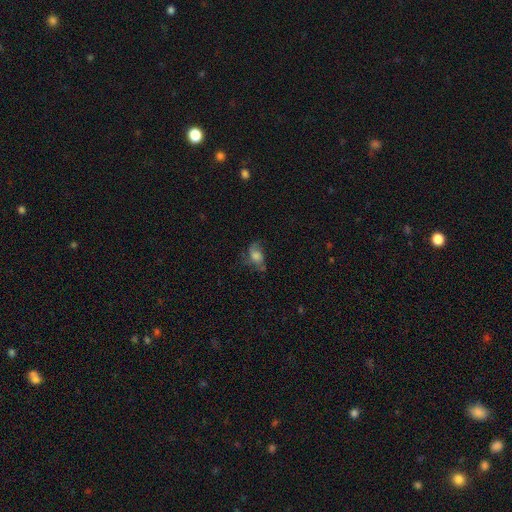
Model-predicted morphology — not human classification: smooth 52%, featured or disk 36%, star or artifact 12%. Down the decision tree: how rounded — in between (75%); merging — none (44%).